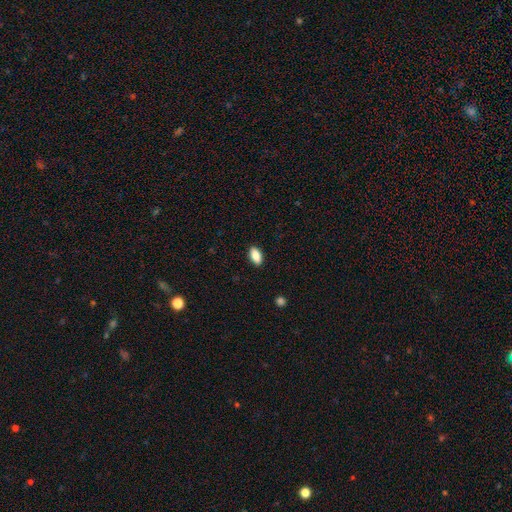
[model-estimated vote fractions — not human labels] Q: Smooth or featured?
A: smooth (87%); runner-up: star or artifact (7%)
Q: How rounded?
A: in between (91%); runner-up: cigar-shaped (5%)
Q: Merging?
A: none (89%); runner-up: minor disturbance (8%)